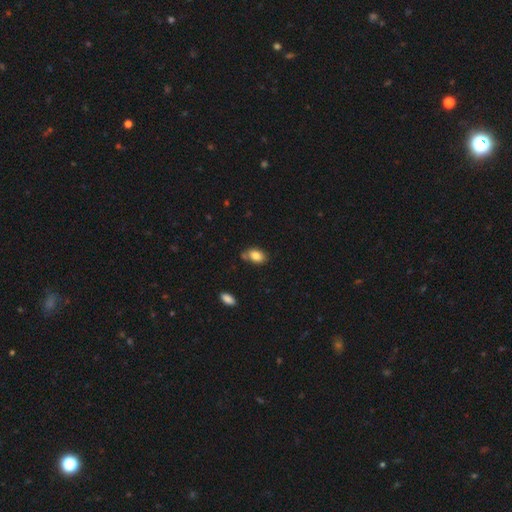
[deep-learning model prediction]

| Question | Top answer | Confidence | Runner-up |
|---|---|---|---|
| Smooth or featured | smooth | 84% | star or artifact (8%) |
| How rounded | in between | 86% | round (12%) |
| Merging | none | 65% | minor disturbance (19%) |